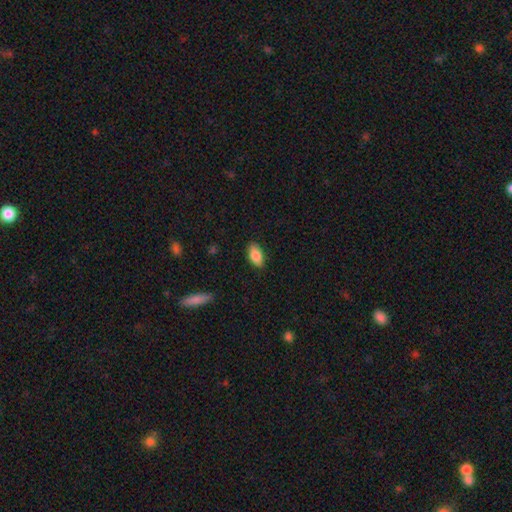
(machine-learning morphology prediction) Smooth or featured: smooth — 85% (featured or disk — 8%)
How rounded: in between — 90% (cigar-shaped — 6%)
Merging: none — 85% (minor disturbance — 11%)